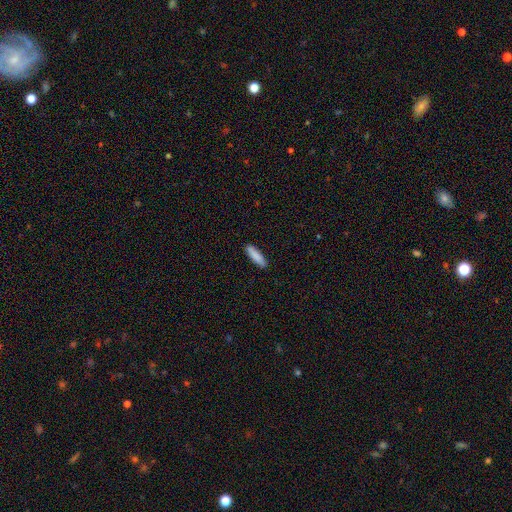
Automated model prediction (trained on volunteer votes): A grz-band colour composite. It shows a smooth galaxy with no disk features (88%) that is cigar-shaped (72%). Merging: none (90%).